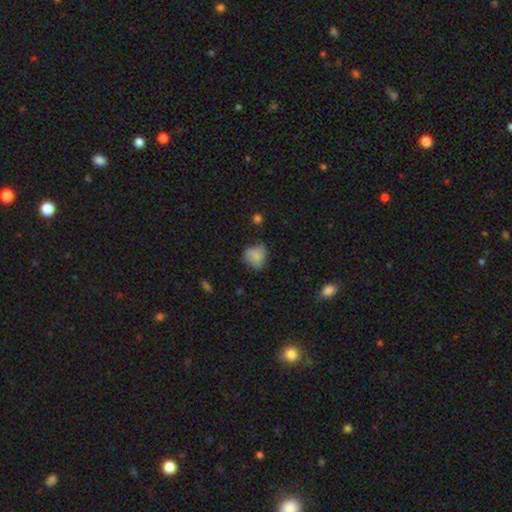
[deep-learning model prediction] The model was most divided on "merging": none: 52%, minor disturbance: 34%, major disturbance: 12%, merger: 3%. More confident: smooth or featured — smooth (75%); how rounded — round (61%).